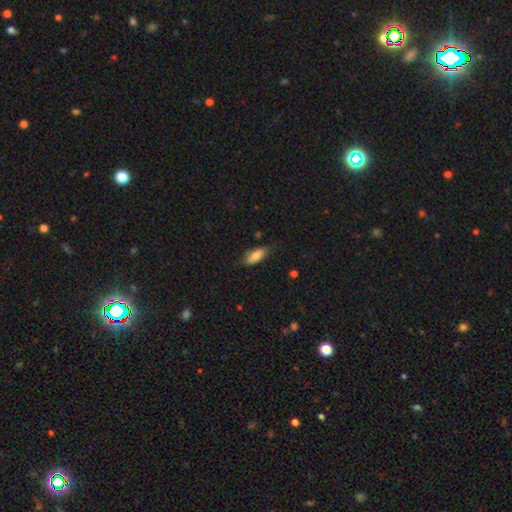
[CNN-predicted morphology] Smooth or featured? Predicted: smooth (p=0.78). How rounded? Predicted: in between (p=0.75). Merging? Predicted: none (p=0.77).